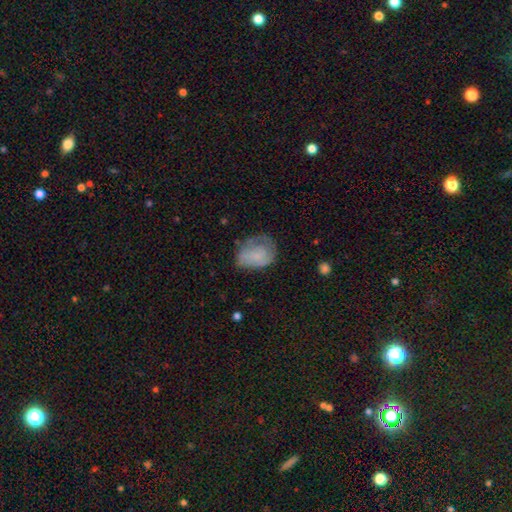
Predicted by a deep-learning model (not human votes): smooth_or_featured: smooth (p=0.61) [alt: featured or disk p=0.30]
how_rounded: in between (p=0.64) [alt: round p=0.35]
merging: none (p=0.44) [alt: minor disturbance p=0.33]